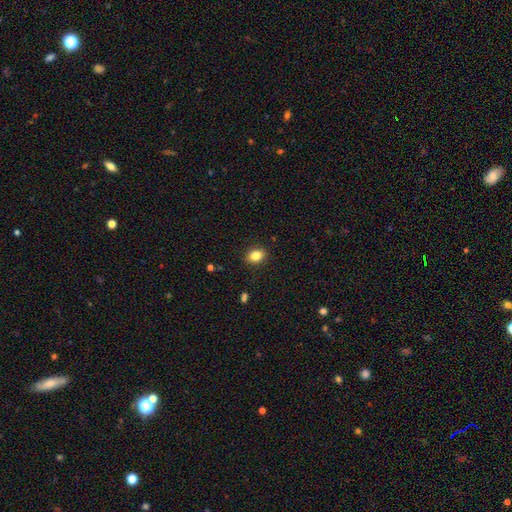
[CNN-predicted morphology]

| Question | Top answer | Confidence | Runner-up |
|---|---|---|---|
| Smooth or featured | smooth | 84% | star or artifact (10%) |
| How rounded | in between | 64% | round (35%) |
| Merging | none | 89% | minor disturbance (8%) |